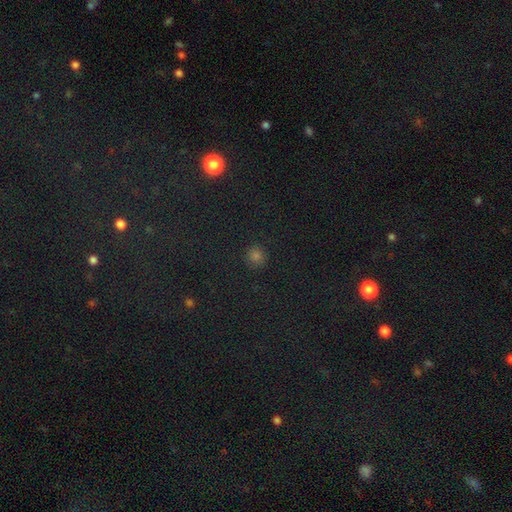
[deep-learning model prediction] This appears to be a smooth galaxy with no disk features (74%) that is round (92%). Merging: none (91%).